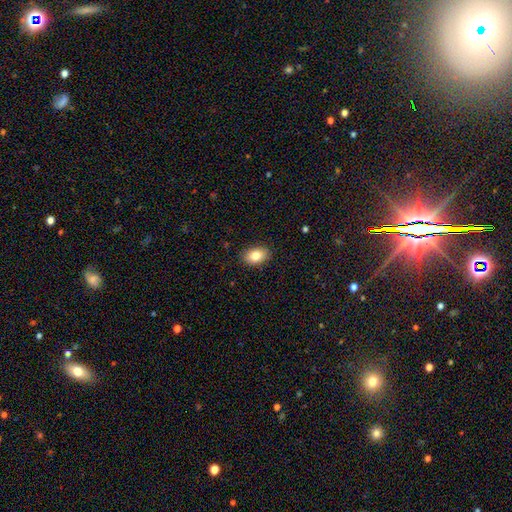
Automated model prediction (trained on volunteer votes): The model was most divided on "how rounded": in between: 84%, round: 14%, cigar-shaped: 1%. More confident: merging — none (89%); smooth or featured — smooth (82%).